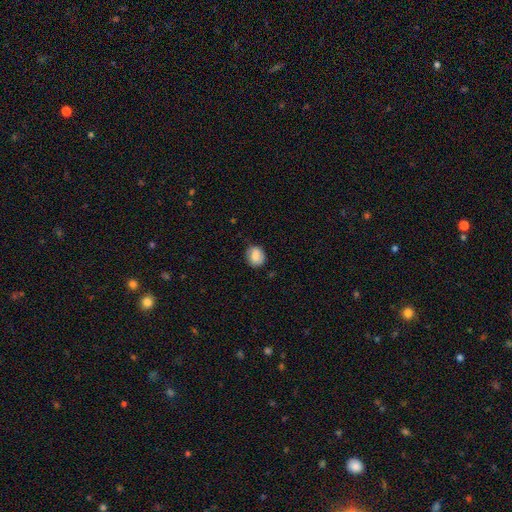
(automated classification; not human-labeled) Smooth or featured? Predicted: smooth (p=0.77). How rounded? Predicted: round (p=0.68). Merging? Predicted: none (p=0.80).